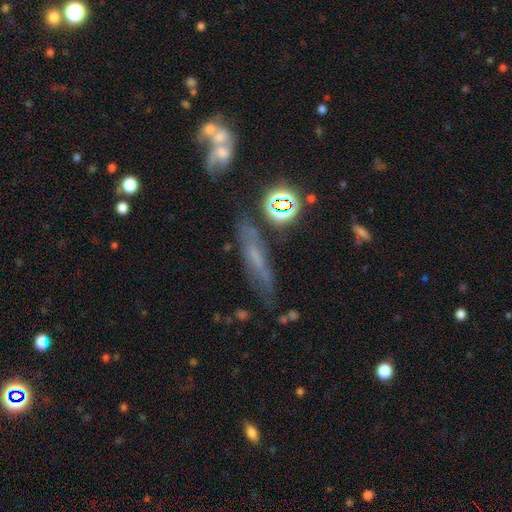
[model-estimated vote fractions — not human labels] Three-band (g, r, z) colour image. It shows a featured or disk galaxy (43%). Merging: none (66%).